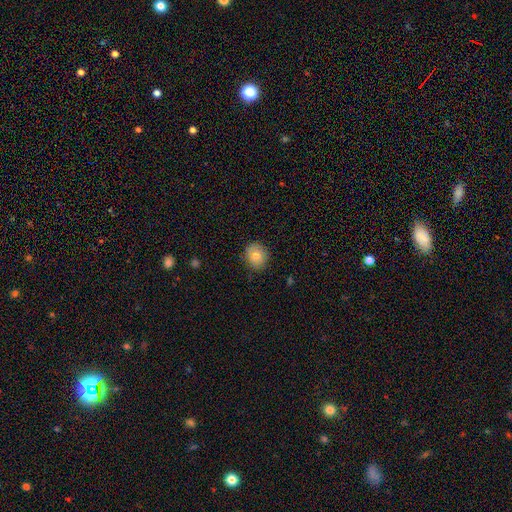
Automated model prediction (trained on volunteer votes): This is likely a smooth galaxy (77%). How rounded: likely round (76%). Merging: clearly none (83%).